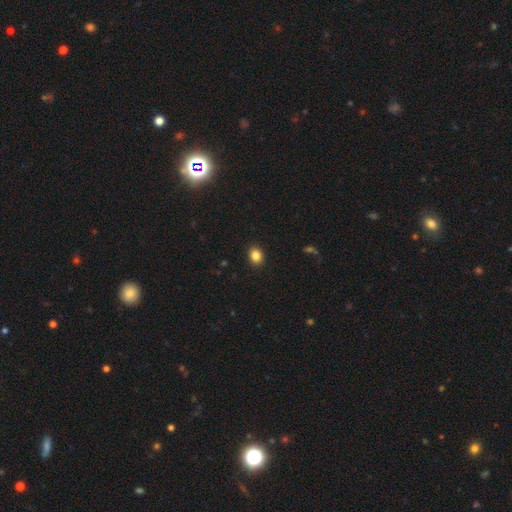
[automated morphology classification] This appears to be a smooth galaxy with no disk features (86%) that is round (61%). Merging: none (91%).